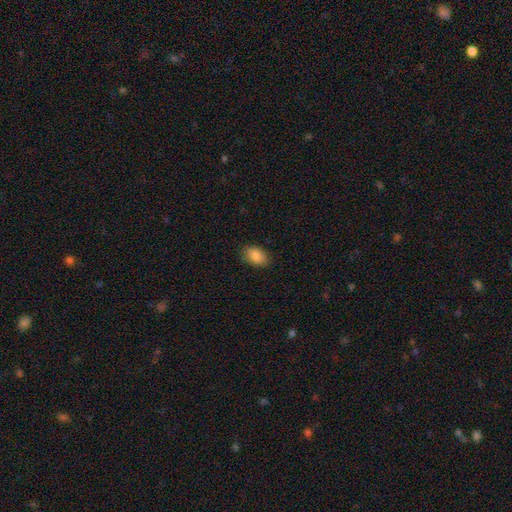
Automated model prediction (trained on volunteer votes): Q: Smooth or featured?
A: smooth (88%); runner-up: star or artifact (7%)
Q: How rounded?
A: in between (88%); runner-up: round (11%)
Q: Merging?
A: none (84%); runner-up: minor disturbance (12%)